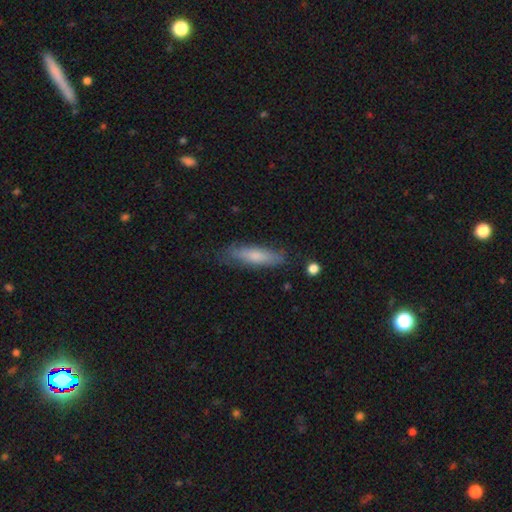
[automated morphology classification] smooth 69%, featured or disk 25%, star or artifact 6%. Down the decision tree: how rounded — cigar-shaped (69%); merging — none (74%).